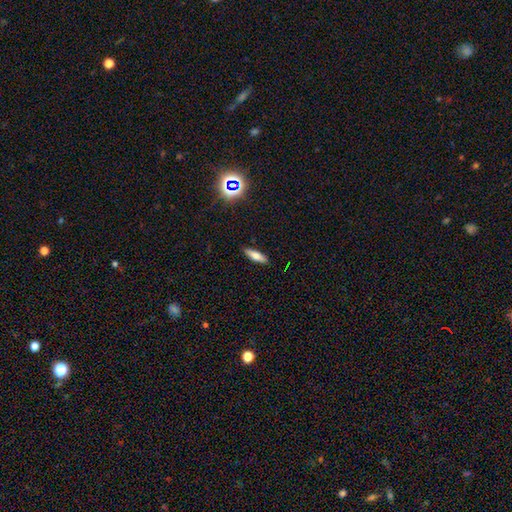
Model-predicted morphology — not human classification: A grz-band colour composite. It shows a smooth galaxy with no disk features (68%) that is cigar-shaped (56%). Merging: none (88%).